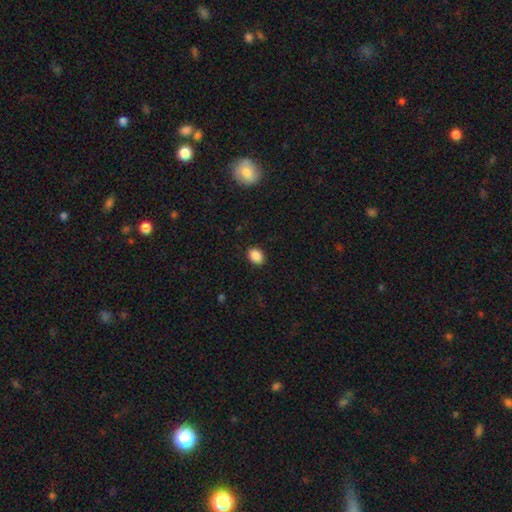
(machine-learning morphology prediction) Smooth or featured?
  - smooth: 89% *
  - star or artifact: 9%
  - featured or disk: 3%
How rounded?
  - in between: 65% *
  - round: 34%
  - cigar-shaped: 1%
Merging?
  - none: 90% *
  - minor disturbance: 7%
  - major disturbance: 2%
  - merger: 1%